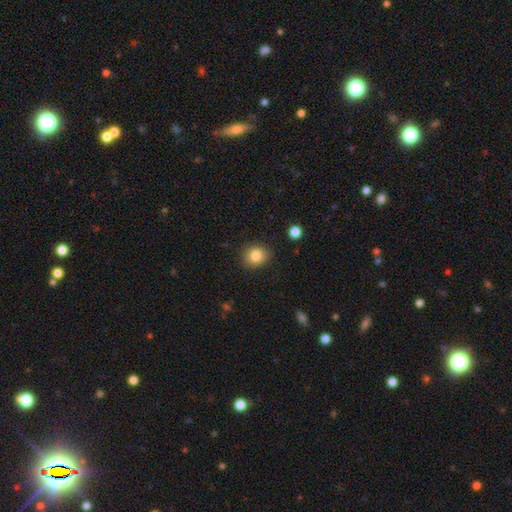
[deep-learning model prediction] Smooth or featured?
  - smooth: 83% *
  - star or artifact: 10%
  - featured or disk: 7%
How rounded?
  - round: 71% *
  - in between: 28%
  - cigar-shaped: 1%
Merging?
  - none: 87% *
  - minor disturbance: 9%
  - major disturbance: 2%
  - merger: 1%